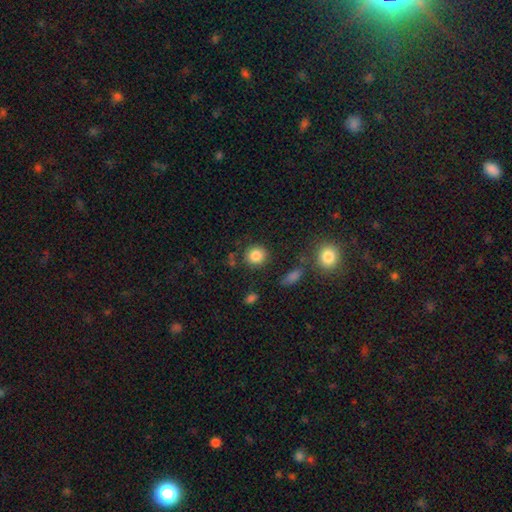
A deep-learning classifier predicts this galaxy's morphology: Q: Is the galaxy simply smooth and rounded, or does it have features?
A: smooth — 85%.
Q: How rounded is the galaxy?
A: round — 85%.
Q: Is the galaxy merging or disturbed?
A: none — 83%.